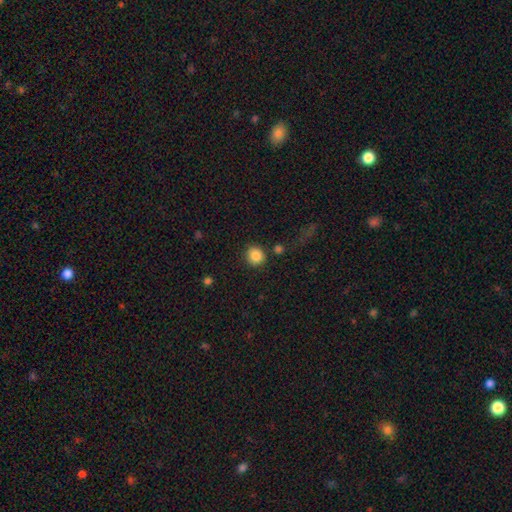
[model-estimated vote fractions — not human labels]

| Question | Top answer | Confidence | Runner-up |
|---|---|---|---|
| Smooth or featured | smooth | 86% | star or artifact (10%) |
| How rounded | round | 88% | in between (11%) |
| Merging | none | 84% | minor disturbance (9%) |